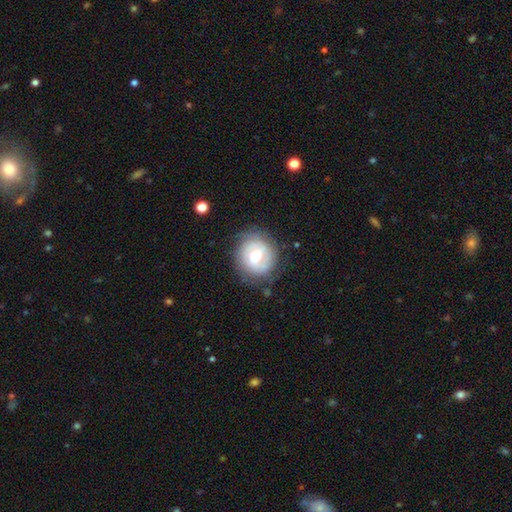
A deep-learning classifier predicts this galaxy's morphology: type=featured or disk (57%); edge-on=no (97%); bar=weak (50%); spiral arms=yes (67%); bulge=moderate (74%); merging=none (77%).